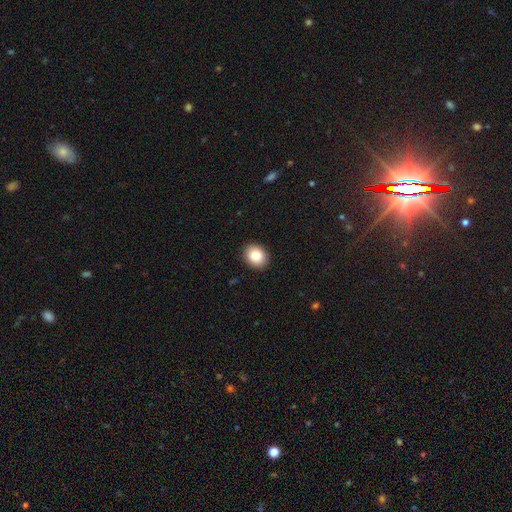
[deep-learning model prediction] smooth-or-featured: smooth: 86% | star or artifact: 8% | featured or disk: 6%
  how-rounded: round: 52% | in between: 47% | cigar-shaped: 1%
  merging: none: 91% | minor disturbance: 6% | major disturbance: 2% | merger: 1%